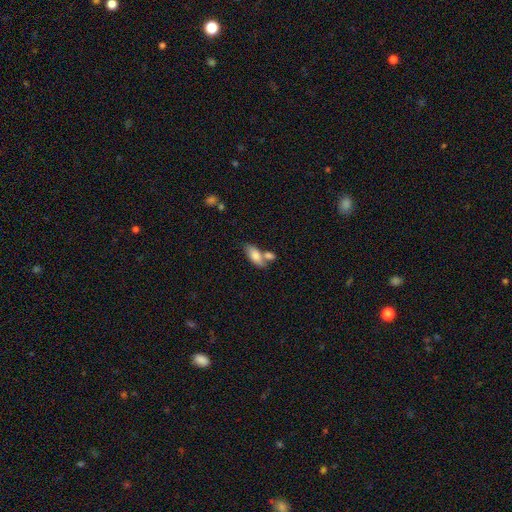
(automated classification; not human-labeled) Smooth or featured? Predicted: smooth (p=0.76). How rounded? Predicted: in between (p=0.85). Merging? Predicted: none (p=0.40, tied with merger).